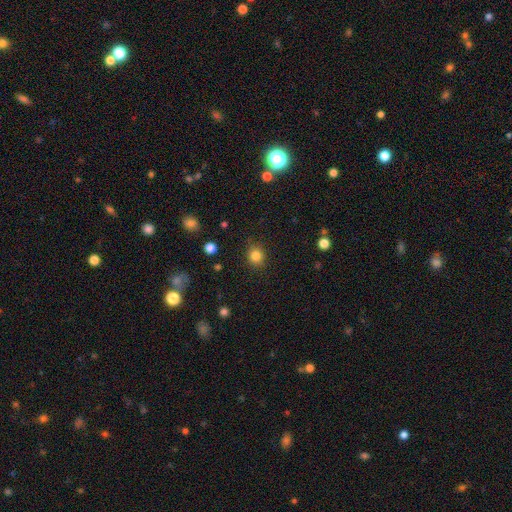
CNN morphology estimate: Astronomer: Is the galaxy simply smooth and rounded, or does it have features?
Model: smooth — 84%.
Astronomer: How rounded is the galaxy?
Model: round — 85%.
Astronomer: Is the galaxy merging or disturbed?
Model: none — 87%.